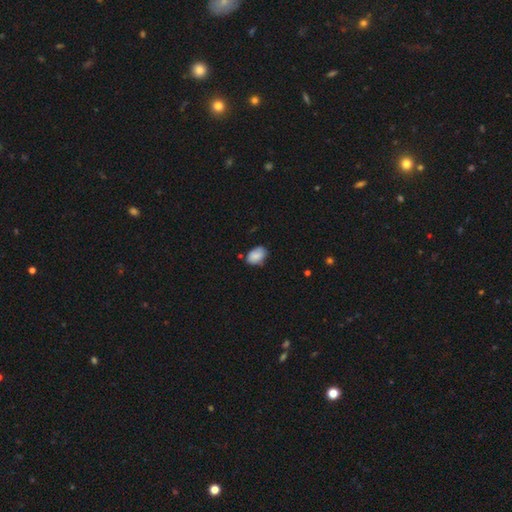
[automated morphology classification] A smooth galaxy with no disk features (85%) that is in between round and cigar-shaped (84%). Merging: none (65%).